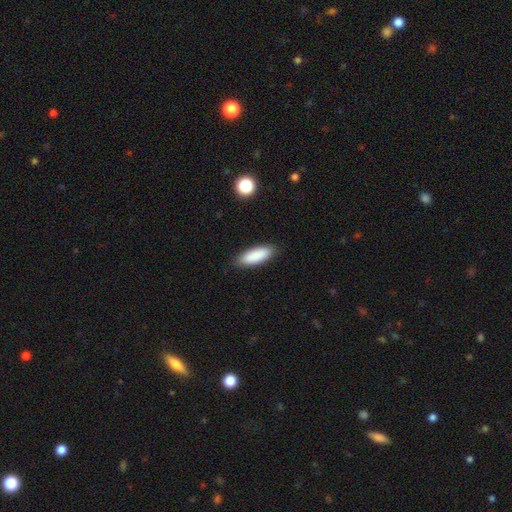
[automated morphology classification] This is clearly a smooth galaxy (88%). How rounded: likely in between (65%). Merging: clearly none (88%).